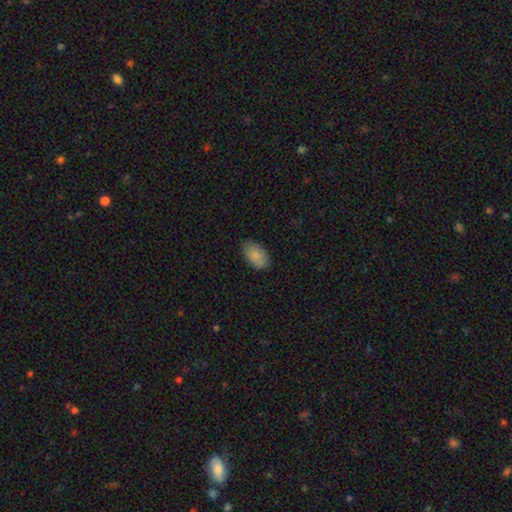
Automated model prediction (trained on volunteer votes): Q: Smooth or featured?
A: smooth (85%); runner-up: featured or disk (8%)
Q: How rounded?
A: in between (94%); runner-up: round (5%)
Q: Merging?
A: none (80%); runner-up: minor disturbance (16%)